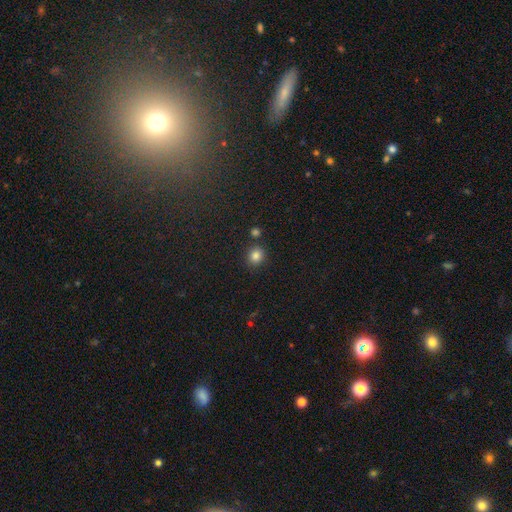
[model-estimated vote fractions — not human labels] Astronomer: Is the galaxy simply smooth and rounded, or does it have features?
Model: smooth — 83%.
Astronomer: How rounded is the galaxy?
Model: round — 82%.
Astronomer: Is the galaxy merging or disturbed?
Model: none — 82%.